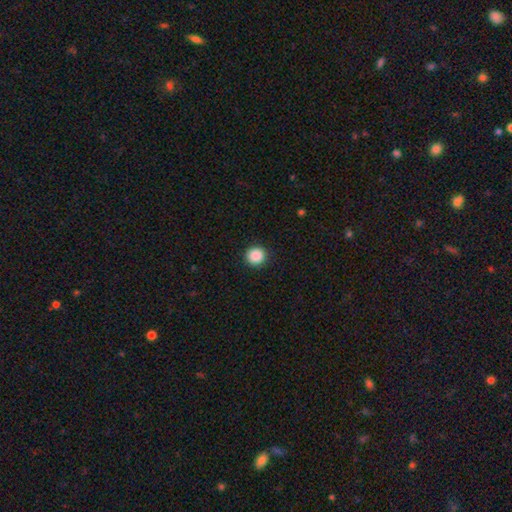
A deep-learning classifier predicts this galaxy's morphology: This appears to be a smooth galaxy with no disk features (89%) that is round (95%). Merging: none (92%).